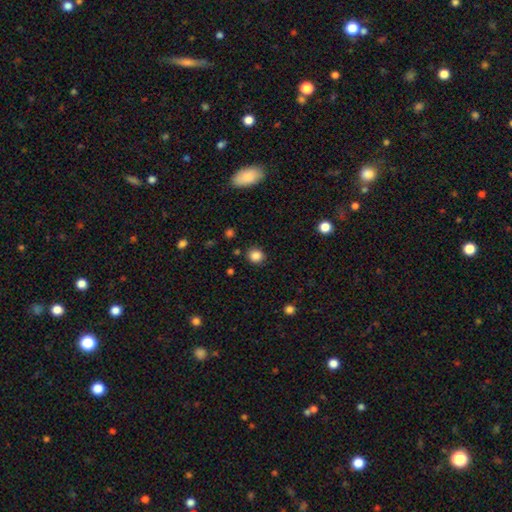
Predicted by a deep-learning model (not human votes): Smooth or featured: smooth — 85% (star or artifact — 11%)
How rounded: round — 82% (in between — 17%)
Merging: none — 87% (minor disturbance — 8%)